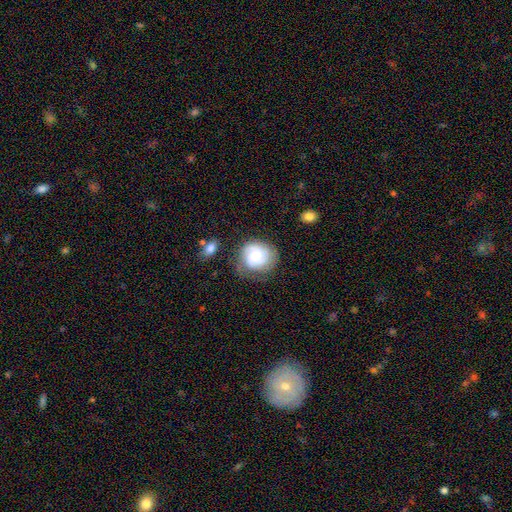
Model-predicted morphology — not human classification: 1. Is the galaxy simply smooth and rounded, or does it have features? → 56% featured or disk, 37% smooth, 7% star or artifact.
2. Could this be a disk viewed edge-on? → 98% no, 2% yes.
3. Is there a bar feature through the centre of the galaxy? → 61% no, 33% weak, 6% strong.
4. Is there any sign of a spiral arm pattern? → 89% yes, 11% no.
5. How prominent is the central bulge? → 45% small, 42% moderate, 7% large, 4% none, 2% dominant.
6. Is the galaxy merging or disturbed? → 67% none, 21% minor disturbance, 9% major disturbance, 3% merger.